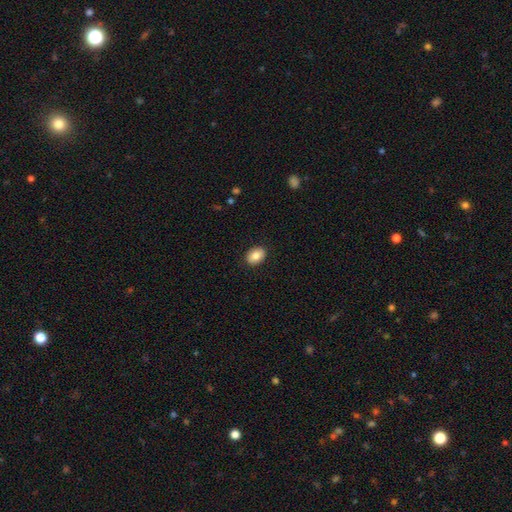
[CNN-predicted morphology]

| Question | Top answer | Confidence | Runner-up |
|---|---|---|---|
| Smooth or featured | smooth | 84% | featured or disk (8%) |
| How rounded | in between | 75% | round (24%) |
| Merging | none | 90% | minor disturbance (7%) |